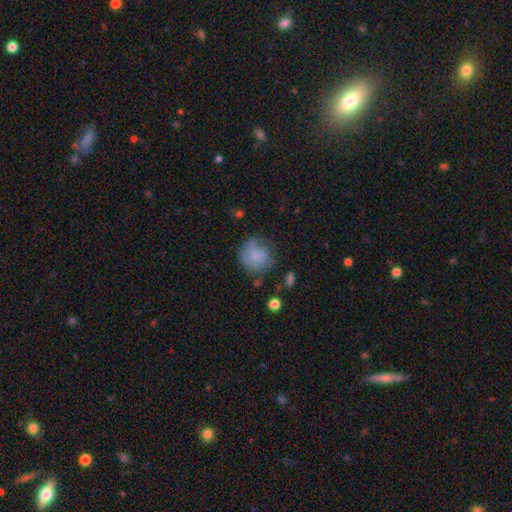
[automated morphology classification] A smooth galaxy with no disk features (65%) that is round (85%). Merging: none (54%).